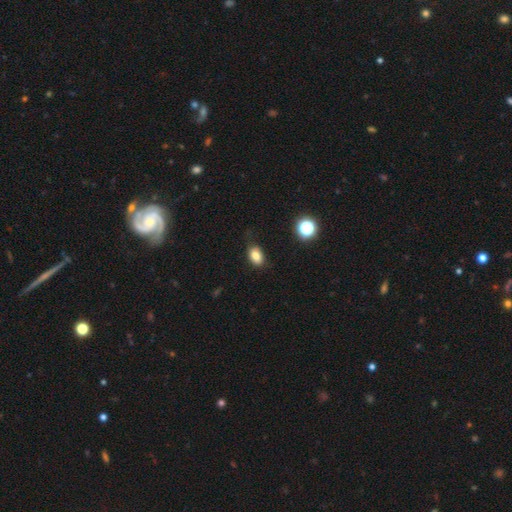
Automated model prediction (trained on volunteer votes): This appears to be a smooth galaxy with no disk features (82%) that is in between round and cigar-shaped (84%). Merging: none (80%).